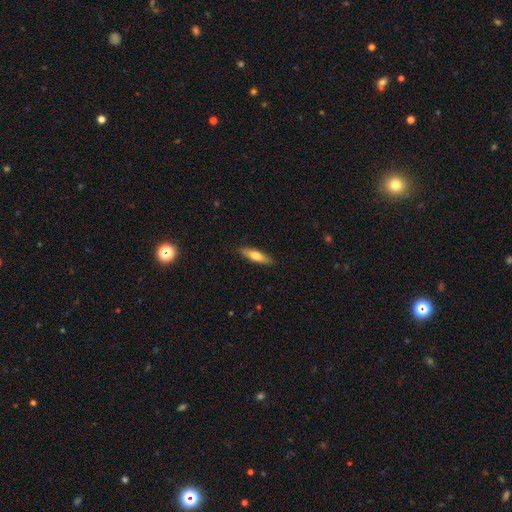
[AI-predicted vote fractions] smooth-or-featured: smooth: 65% | featured or disk: 29% | star or artifact: 6%
  how-rounded: cigar-shaped: 70% | in between: 28% | round: 2%
  merging: none: 87% | minor disturbance: 10% | major disturbance: 2% | merger: 1%